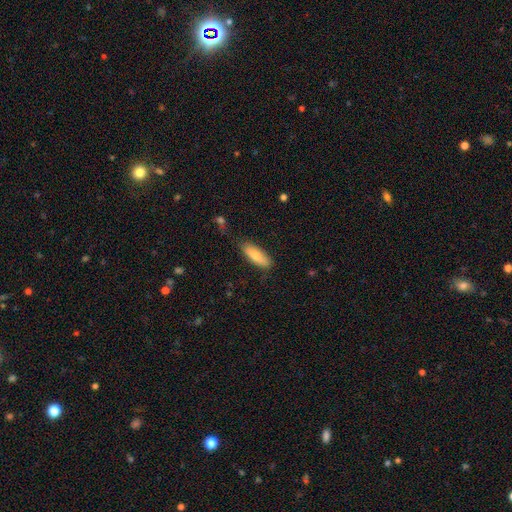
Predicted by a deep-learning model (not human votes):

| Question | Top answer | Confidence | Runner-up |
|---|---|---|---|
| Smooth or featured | smooth | 81% | featured or disk (13%) |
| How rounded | in between | 55% | cigar-shaped (43%) |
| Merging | none | 76% | minor disturbance (18%) |